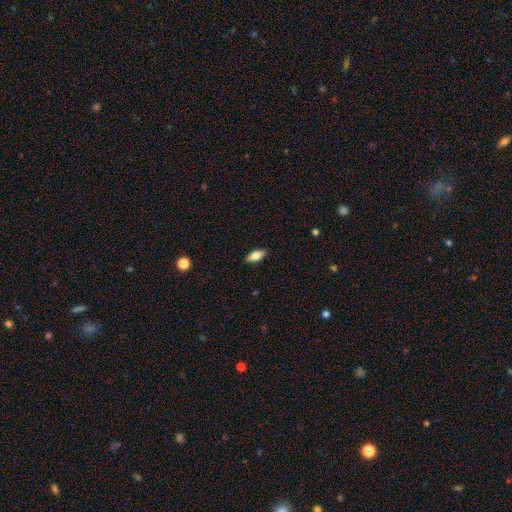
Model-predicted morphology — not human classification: Smooth or featured? smooth (79%)
How rounded? in between (84%)
Merging? none (89%)